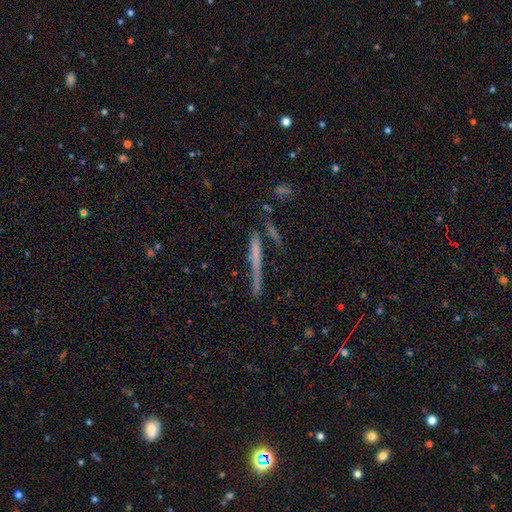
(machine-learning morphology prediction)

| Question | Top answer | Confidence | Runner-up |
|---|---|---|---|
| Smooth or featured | featured or disk | 48% | smooth (42%) |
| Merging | none | 69% | minor disturbance (17%) |